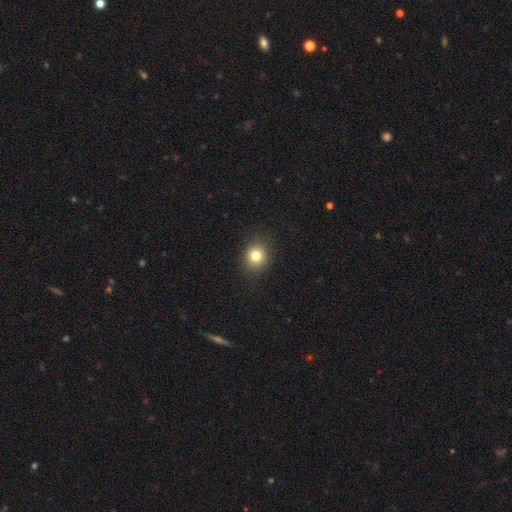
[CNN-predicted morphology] A smooth galaxy with no disk features (80%) that is round (76%).

Vote fractions:
- Smooth or featured? smooth: 80% / star or artifact: 12% / featured or disk: 8%
- How rounded? round: 76% / in between: 23% / cigar-shaped: 1%
- Merging? none: 87% / minor disturbance: 9% / major disturbance: 3% / merger: 1%